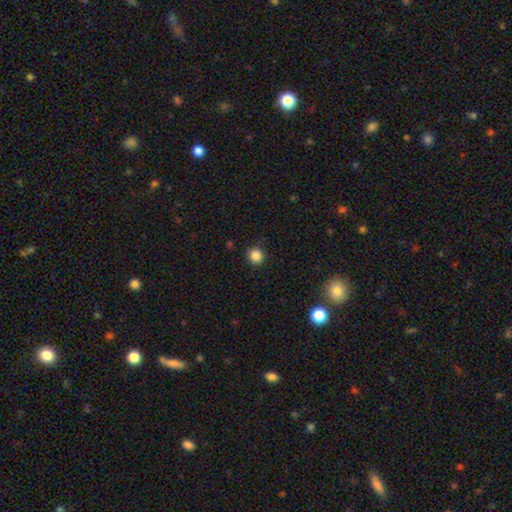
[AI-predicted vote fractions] Smooth or featured: smooth — 86% (star or artifact — 11%)
How rounded: round — 89% (in between — 10%)
Merging: none — 87% (minor disturbance — 9%)